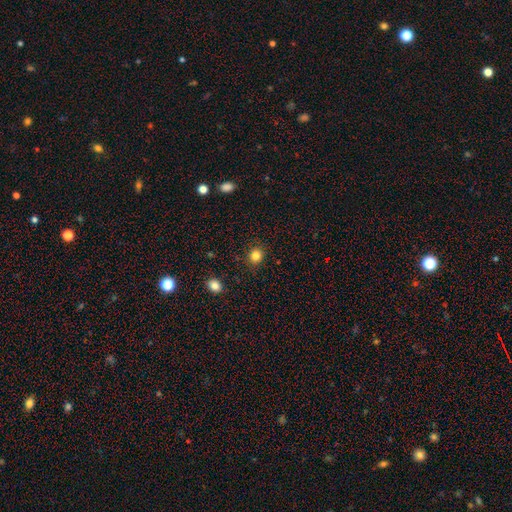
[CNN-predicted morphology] Smooth or featured?
  - smooth: 83% *
  - star or artifact: 12%
  - featured or disk: 5%
How rounded?
  - round: 82% *
  - in between: 17%
  - cigar-shaped: 1%
Merging?
  - none: 89% *
  - minor disturbance: 7%
  - major disturbance: 2%
  - merger: 1%